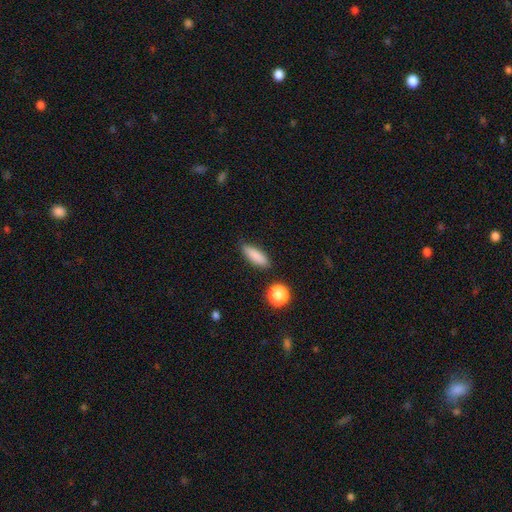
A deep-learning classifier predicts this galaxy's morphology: Overall: smooth (85%). How rounded: in between (54%; cigar-shaped 42%). Merging: none (84%).